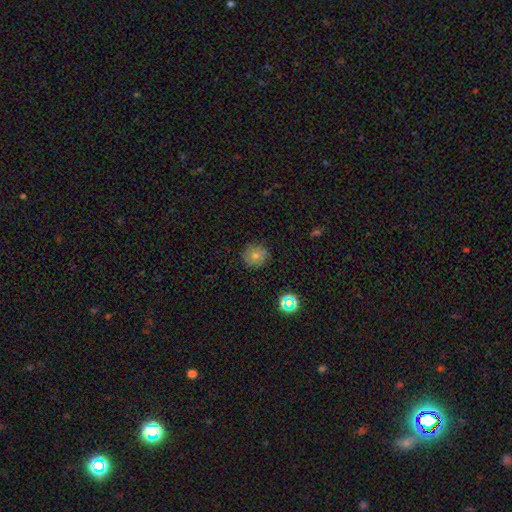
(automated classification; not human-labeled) smooth 71%, star or artifact 15%, featured or disk 14%. Down the decision tree: how rounded — round (87%); merging — none (84%).